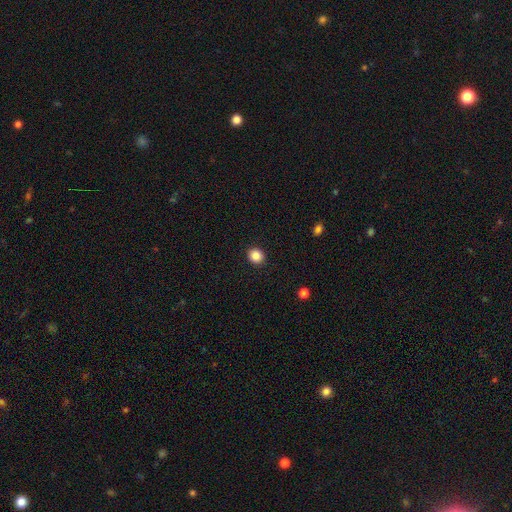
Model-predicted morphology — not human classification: This appears to be a smooth galaxy with no disk features (85%) that is round (86%). Merging: none (93%).